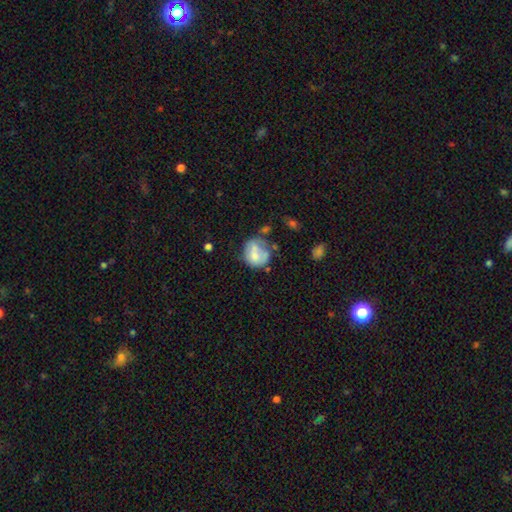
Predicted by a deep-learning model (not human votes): smooth_or_featured: smooth (p=0.62) [alt: featured or disk p=0.29]
how_rounded: round (p=0.68) [alt: in between p=0.31]
merging: none (p=0.38) [alt: minor disturbance p=0.28]